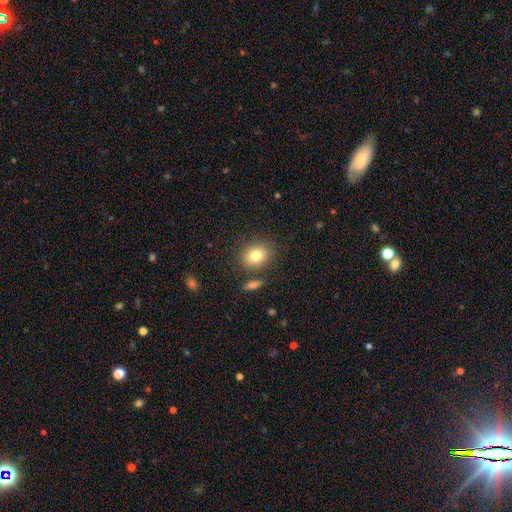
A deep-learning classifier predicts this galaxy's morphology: Smooth or featured: smooth — 81% (star or artifact — 10%)
How rounded: round — 52% (in between — 47%)
Merging: none — 81% (minor disturbance — 10%)